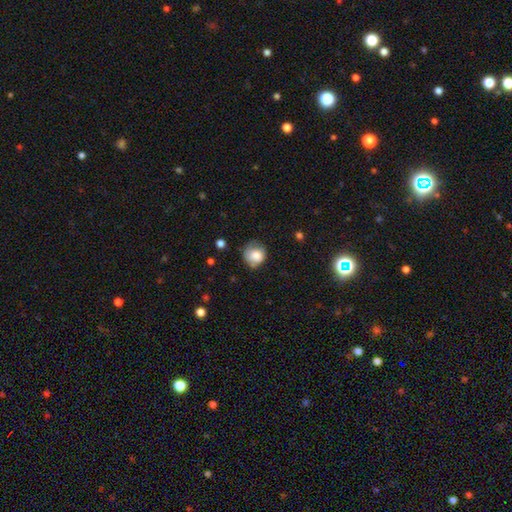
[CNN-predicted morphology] Smooth or featured? smooth (78%)
How rounded? round (81%)
Merging? none (55%)